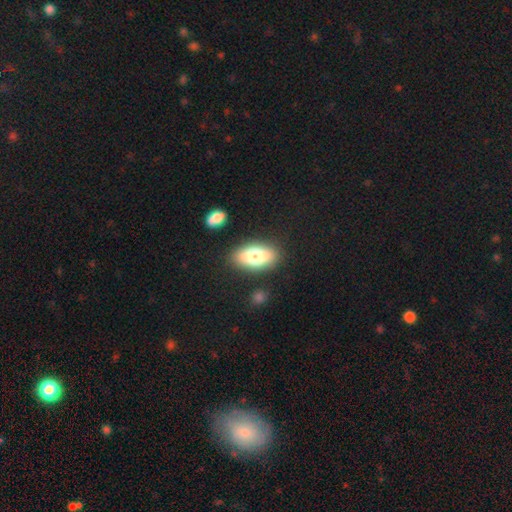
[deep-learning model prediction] Smooth or featured? smooth (74%)
How rounded? in between (87%)
Merging? none (85%)